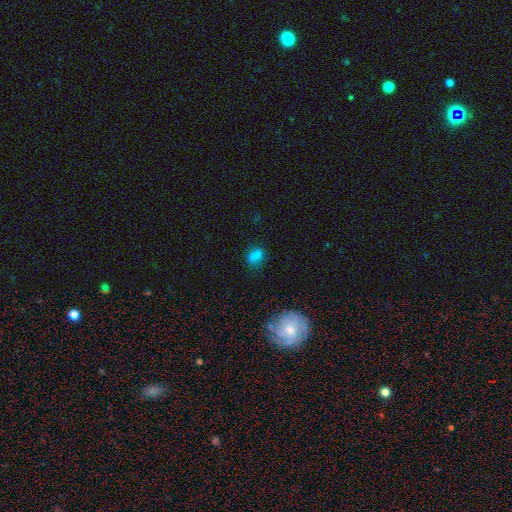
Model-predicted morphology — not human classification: Smooth or featured? Predicted: smooth (p=0.75). How rounded? Predicted: in between (p=0.71). Merging? Predicted: none (p=0.64).